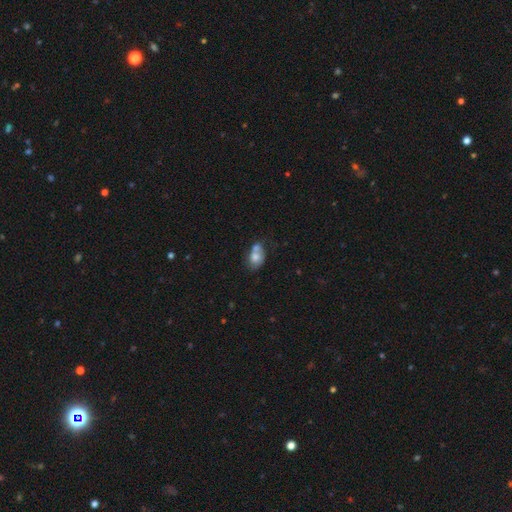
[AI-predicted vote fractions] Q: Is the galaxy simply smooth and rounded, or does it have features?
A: smooth — 69%.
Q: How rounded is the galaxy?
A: in between — 66%.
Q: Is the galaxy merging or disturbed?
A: merger — 48%.